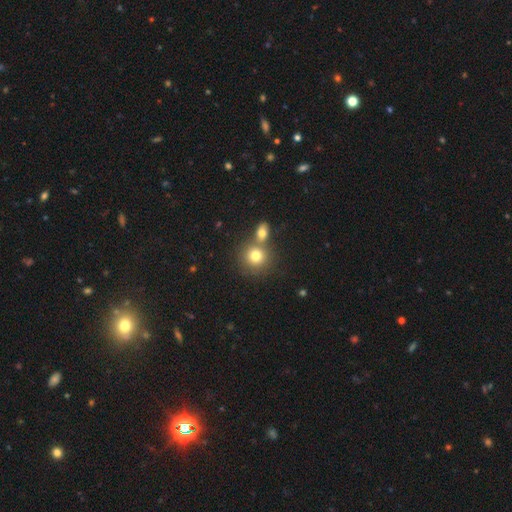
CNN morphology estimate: Q: Smooth or featured?
A: smooth (77%); runner-up: featured or disk (12%)
Q: How rounded?
A: round (85%); runner-up: in between (14%)
Q: Merging?
A: none (51%); runner-up: merger (38%)